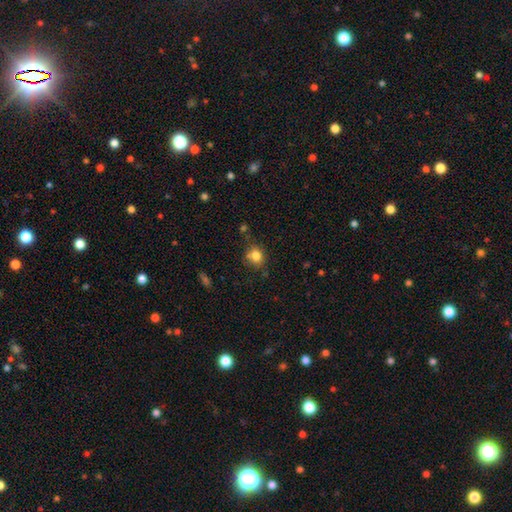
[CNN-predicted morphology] smooth 81%, star or artifact 12%, featured or disk 8%. Down the decision tree: how rounded — round (65%); merging — none (68%).